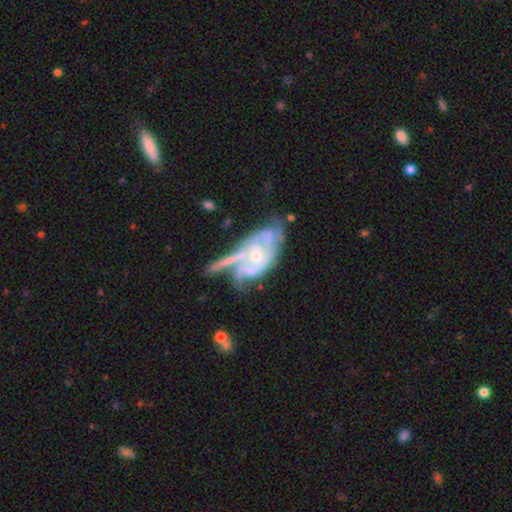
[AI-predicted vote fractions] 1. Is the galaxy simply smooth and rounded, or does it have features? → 82% featured or disk, 12% smooth, 6% star or artifact.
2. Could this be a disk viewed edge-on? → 94% no, 6% yes.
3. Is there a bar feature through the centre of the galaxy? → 70% no, 23% weak, 6% strong.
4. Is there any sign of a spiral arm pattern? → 86% yes, 14% no.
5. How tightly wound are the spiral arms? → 51% tight, 35% medium, 14% loose.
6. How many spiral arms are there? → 36% can't tell, 31% 2, 18% 3, 6% 1, 6% 4, 4% more than 4.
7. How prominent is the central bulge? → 52% small, 43% moderate, 2% none, 2% large, 1% dominant.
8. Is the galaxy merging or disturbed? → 33% none, 24% merger, 22% minor disturbance, 21% major disturbance.